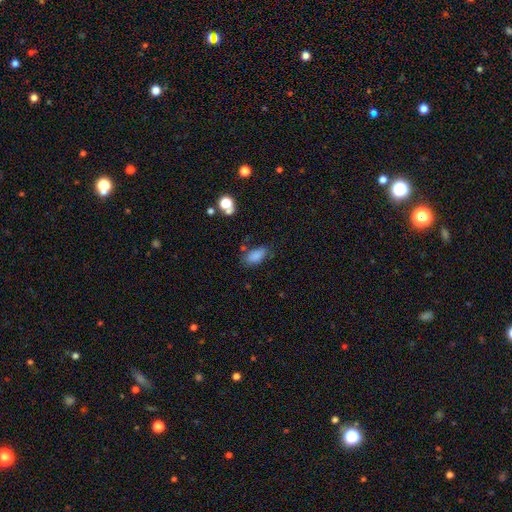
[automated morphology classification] A smooth galaxy with no disk features (84%) that is in between round and cigar-shaped (91%). Merging: none (67%).